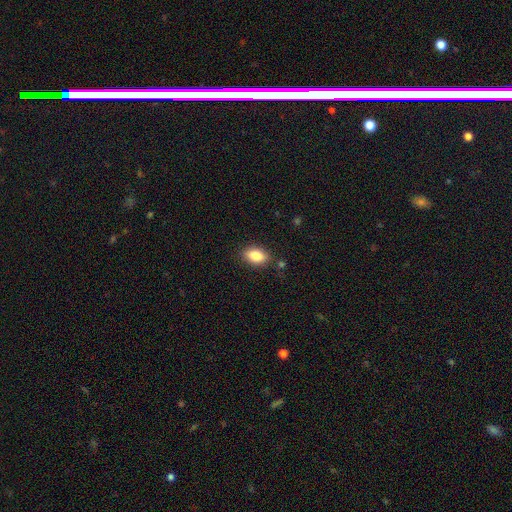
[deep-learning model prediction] This appears to be a smooth galaxy with no disk features (84%) that is in between round and cigar-shaped (88%). Merging: none (84%).